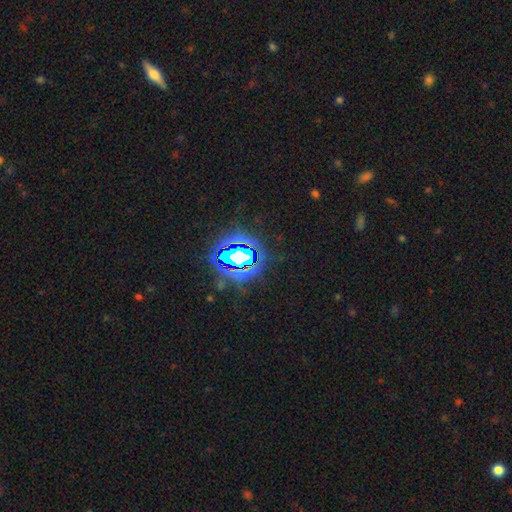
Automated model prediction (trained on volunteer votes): Smooth or featured? Predicted: star or artifact (p=0.81).